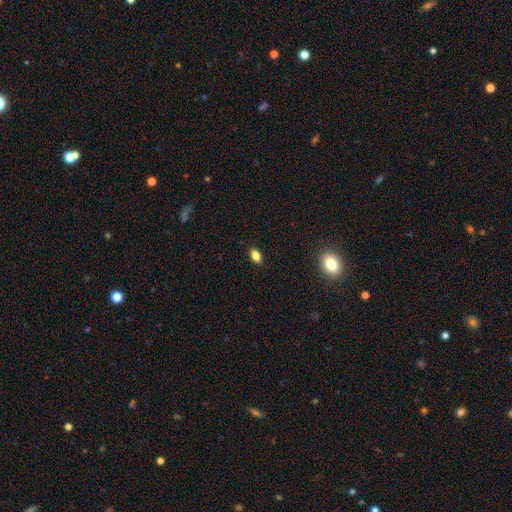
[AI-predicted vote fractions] Overall: smooth (82%). How rounded: in between (86%). Merging: none (88%).